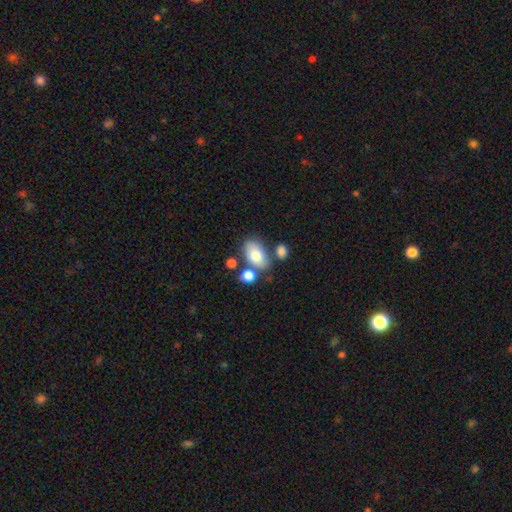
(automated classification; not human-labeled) Smooth or featured?
  - smooth: 78% *
  - featured or disk: 14%
  - star or artifact: 8%
How rounded?
  - in between: 90% *
  - round: 9%
  - cigar-shaped: 2%
Merging?
  - none: 55% *
  - merger: 23%
  - minor disturbance: 16%
  - major disturbance: 6%